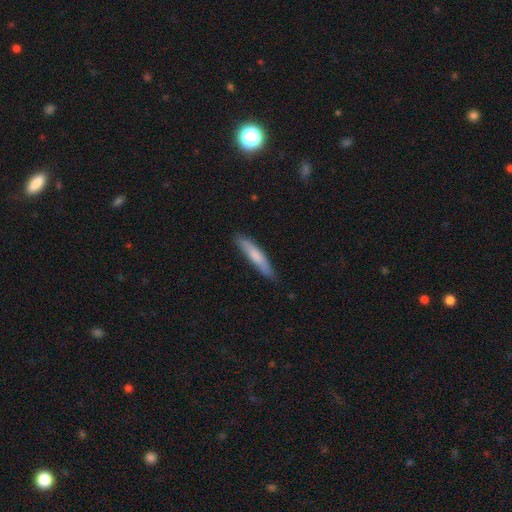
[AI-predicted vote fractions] smooth-or-featured: smooth: 72% | featured or disk: 23% | star or artifact: 5%
  how-rounded: cigar-shaped: 89% | in between: 10% | round: 1%
  merging: none: 82% | minor disturbance: 14% | major disturbance: 2% | merger: 1%